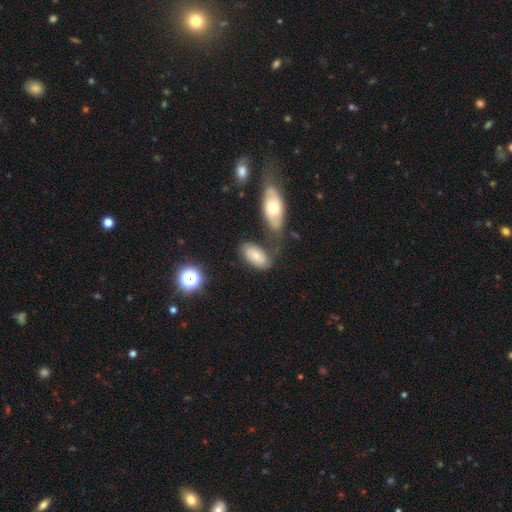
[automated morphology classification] type=smooth (65%); roundness=in between (92%); merging=none (55%).